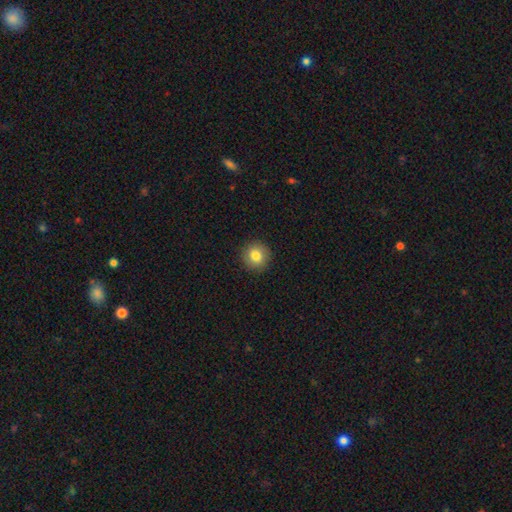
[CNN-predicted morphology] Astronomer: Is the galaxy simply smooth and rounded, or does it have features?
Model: smooth — 83%.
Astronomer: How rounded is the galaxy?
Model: round — 91%.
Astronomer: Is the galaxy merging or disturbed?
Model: none — 91%.